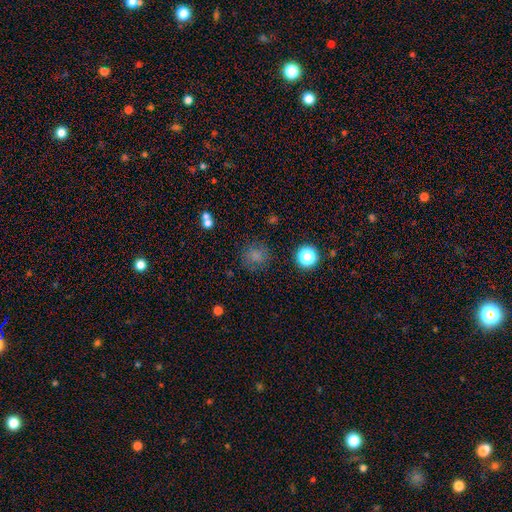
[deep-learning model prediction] Smooth or featured? smooth (74%)
How rounded? round (88%)
Merging? none (80%)